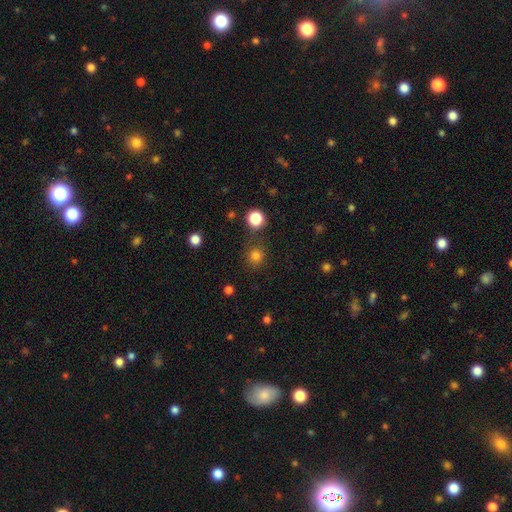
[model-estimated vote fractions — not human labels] Smooth or featured?
  - smooth: 79% *
  - star or artifact: 16%
  - featured or disk: 4%
How rounded?
  - round: 90% *
  - in between: 9%
  - cigar-shaped: 1%
Merging?
  - none: 82% *
  - minor disturbance: 9%
  - merger: 5%
  - major disturbance: 4%